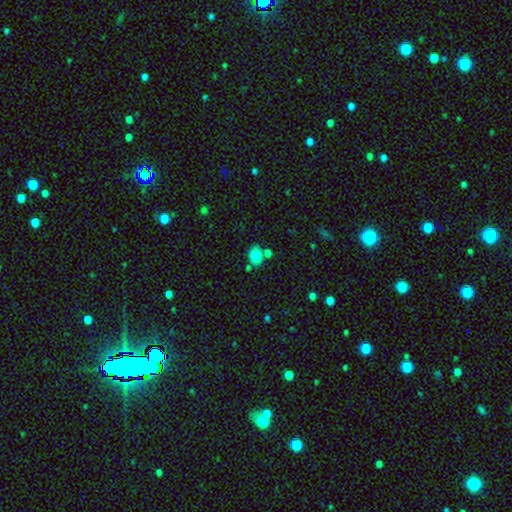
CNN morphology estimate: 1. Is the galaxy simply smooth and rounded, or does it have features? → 83% smooth, 10% star or artifact, 8% featured or disk.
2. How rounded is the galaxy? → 74% in between, 24% round, 1% cigar-shaped.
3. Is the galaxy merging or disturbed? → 67% none, 16% merger, 14% minor disturbance, 4% major disturbance.